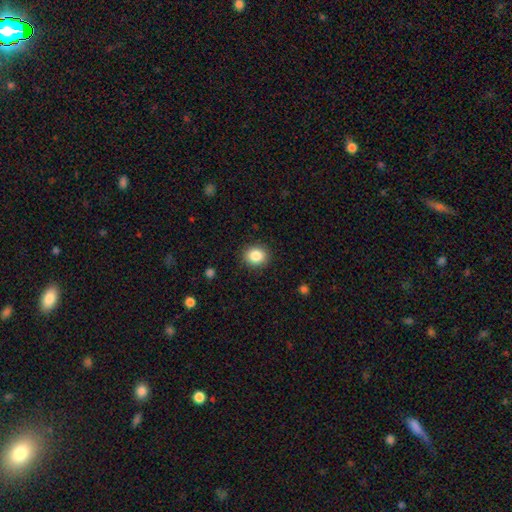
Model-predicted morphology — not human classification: smooth-or-featured: smooth: 85% | star or artifact: 10% | featured or disk: 5%
  how-rounded: round: 80% | in between: 19% | cigar-shaped: 1%
  merging: none: 90% | minor disturbance: 7% | major disturbance: 2% | merger: 1%